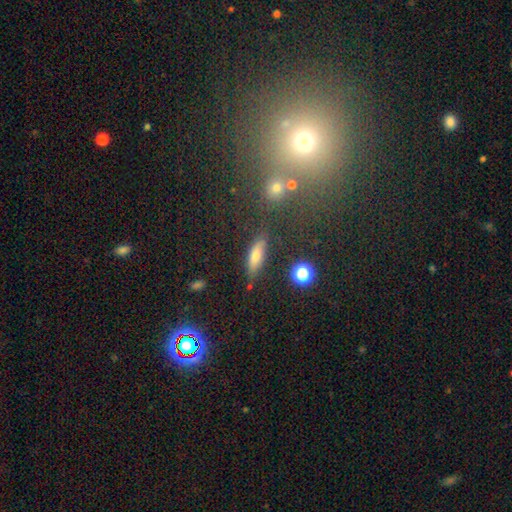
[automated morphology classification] Smooth or featured?
  - smooth: 61% *
  - featured or disk: 25%
  - star or artifact: 14%
How rounded?
  - cigar-shaped: 51% *
  - in between: 44%
  - round: 5%
Merging?
  - none: 79% *
  - minor disturbance: 13%
  - merger: 4%
  - major disturbance: 4%